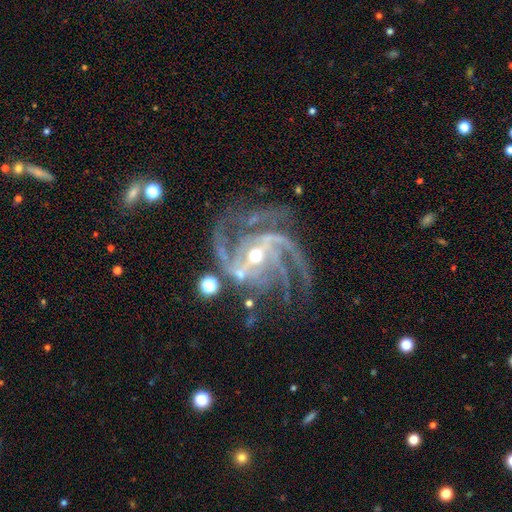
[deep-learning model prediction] A featured or disk galaxy (92%) with a strong bar (49%), 2 (56%) medium (54%) spiral arms (98%) and a moderate central bulge (52%).

Vote fractions:
- Smooth or featured? featured or disk: 92% / star or artifact: 6% / smooth: 3%
- Edge-on disk? no: 98% / yes: 2%
- Bar? strong: 49% / weak: 34% / no: 18%
- Spiral arms? yes: 98% / no: 2%
- Spiral winding? medium: 54% / loose: 28% / tight: 18%
- Spiral arm count? 2: 56% / 3: 18% / can't tell: 8% / 4: 7% / 1: 6% / more than 4: 6%
- Bulge size? moderate: 52% / small: 43% / large: 3% / none: 1% / dominant: 1%
- Merging? none: 56% / major disturbance: 22% / minor disturbance: 17% / merger: 5%